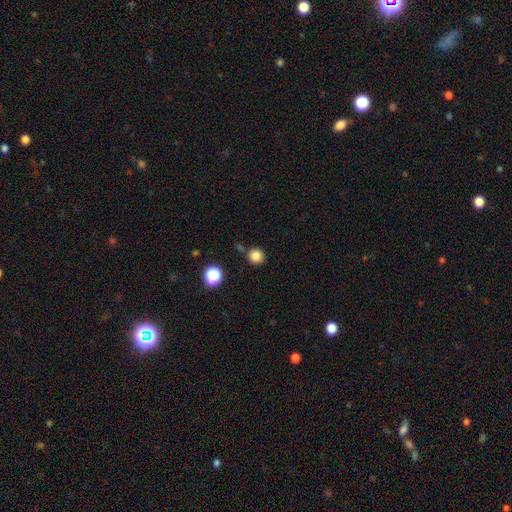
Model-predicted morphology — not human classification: A smooth galaxy with no disk features (83%) that is round (94%). Merging: none (83%).